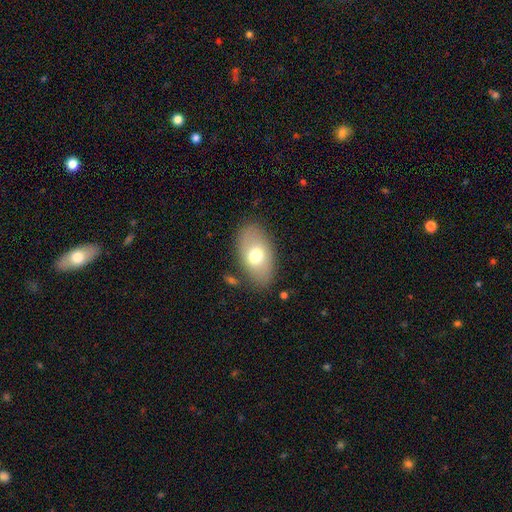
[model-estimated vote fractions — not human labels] Smooth or featured: smooth — 69% (featured or disk — 23%)
How rounded: in between — 90% (round — 8%)
Merging: none — 81% (minor disturbance — 12%)